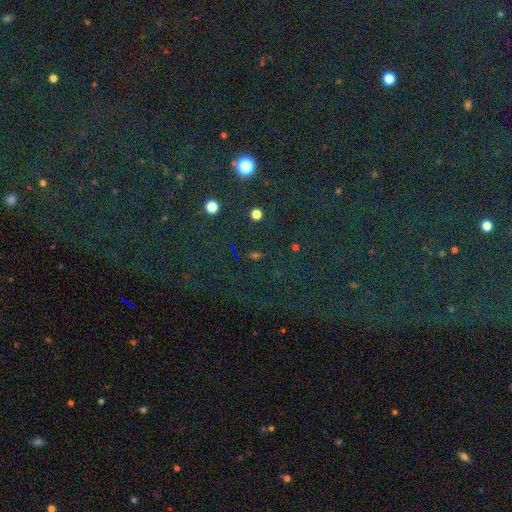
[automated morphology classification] A star or artifact, not a galaxy (71%).

Vote fractions:
- Smooth or featured? star or artifact: 71% / smooth: 20% / featured or disk: 9%